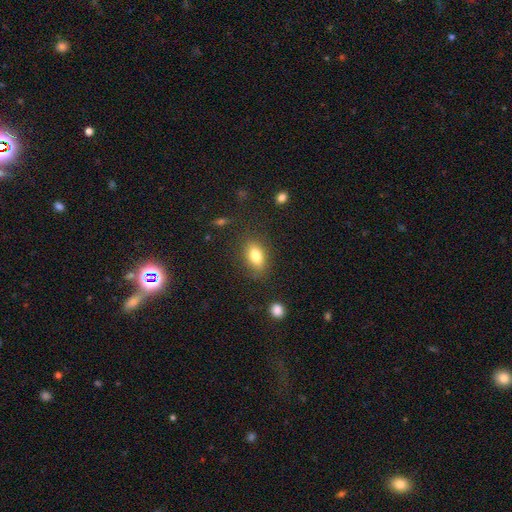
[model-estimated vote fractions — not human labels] smooth 81%, featured or disk 10%, star or artifact 9%. Down the decision tree: how rounded — in between (86%); merging — none (81%).